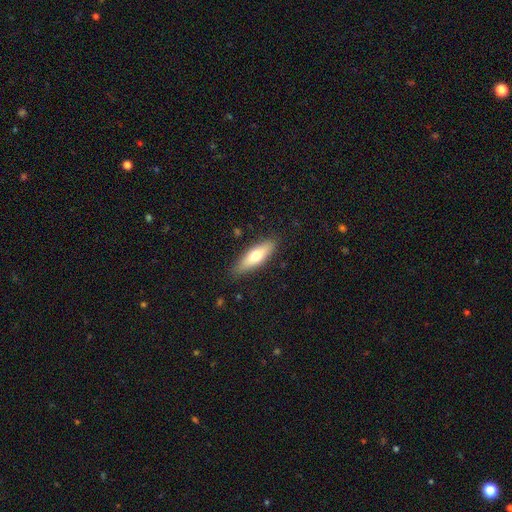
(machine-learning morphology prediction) Overall: smooth (65%; featured or disk 29%). How rounded: cigar-shaped (52%; in between 46%). Merging: none (86%).